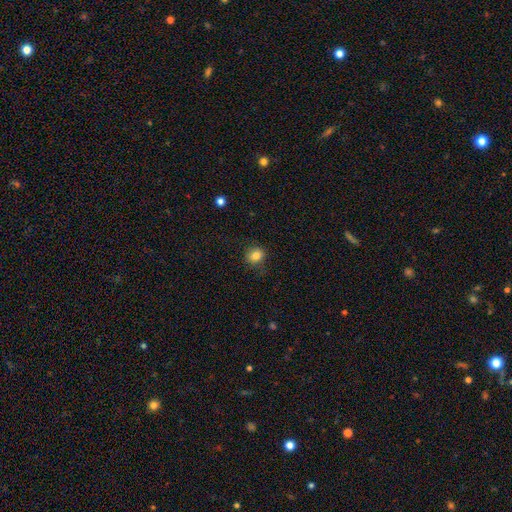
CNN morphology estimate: Smooth or featured? smooth (84%)
How rounded? round (70%)
Merging? none (81%)